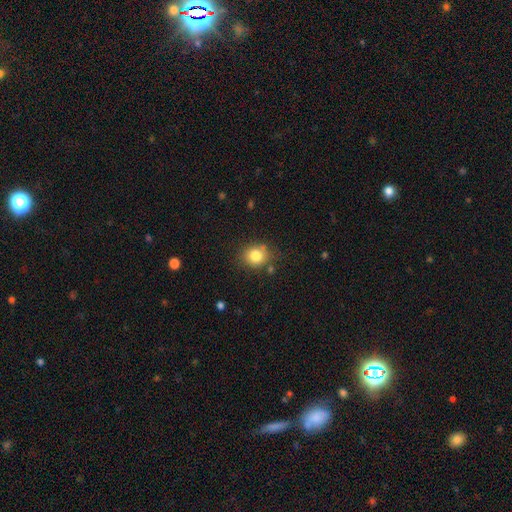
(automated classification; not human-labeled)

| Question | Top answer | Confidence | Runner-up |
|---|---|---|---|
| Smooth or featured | smooth | 81% | star or artifact (11%) |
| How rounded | round | 67% | in between (32%) |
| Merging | none | 77% | minor disturbance (15%) |